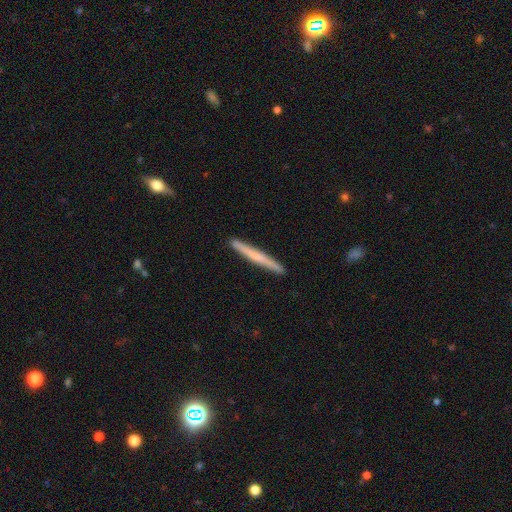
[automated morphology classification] Smooth or featured? smooth (51%)
How rounded? cigar-shaped (97%)
Merging? none (91%)